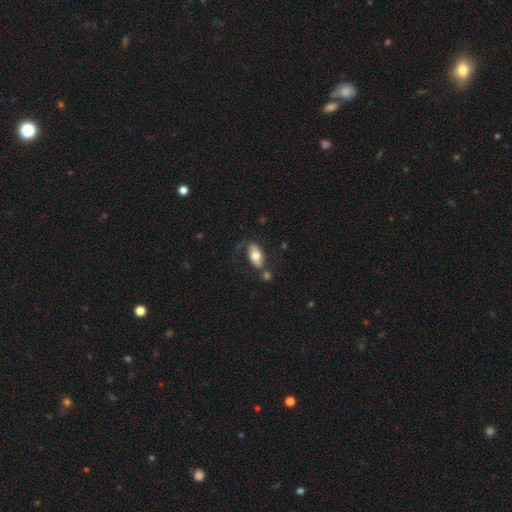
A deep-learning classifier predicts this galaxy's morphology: A smooth galaxy with no disk features (64%) that is in between round and cigar-shaped (92%). Merging: none (60%).